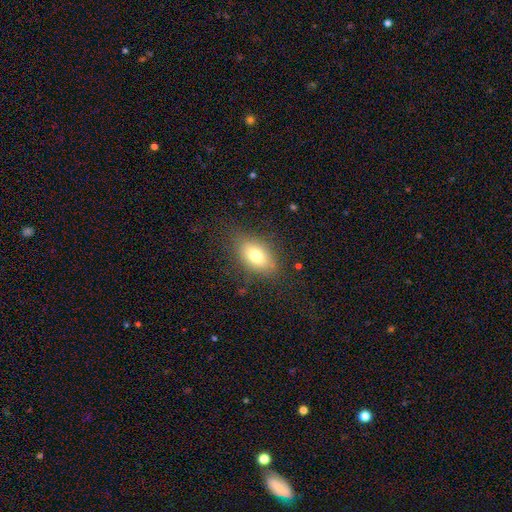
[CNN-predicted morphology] The model was most divided on "smooth or featured": smooth: 75%, featured or disk: 15%, star or artifact: 10%. More confident: how rounded — in between (87%); merging — none (76%).